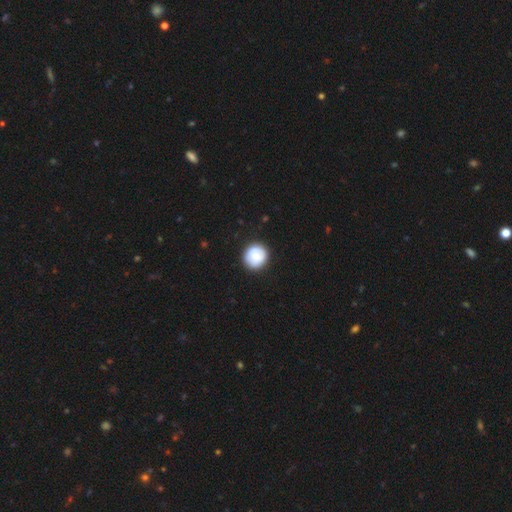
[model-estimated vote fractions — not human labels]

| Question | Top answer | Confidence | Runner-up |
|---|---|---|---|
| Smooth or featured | smooth | 74% | featured or disk (19%) |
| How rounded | round | 90% | in between (9%) |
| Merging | none | 84% | minor disturbance (12%) |